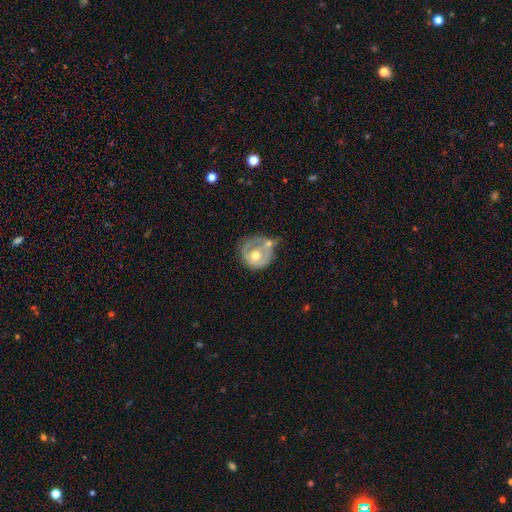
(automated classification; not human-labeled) smooth-or-featured: featured or disk: 60% | smooth: 35% | star or artifact: 5%
  disk-edge-on: no: 97% | yes: 3%
    bar: no: 81% | weak: 15% | strong: 4%
    has-spiral-arms: no: 54% | yes: 46%
    bulge-size: moderate: 77% | small: 12% | large: 8% | none: 1% | dominant: 1%
  merging: none: 37% | merger: 24% | minor disturbance: 24% | major disturbance: 16%